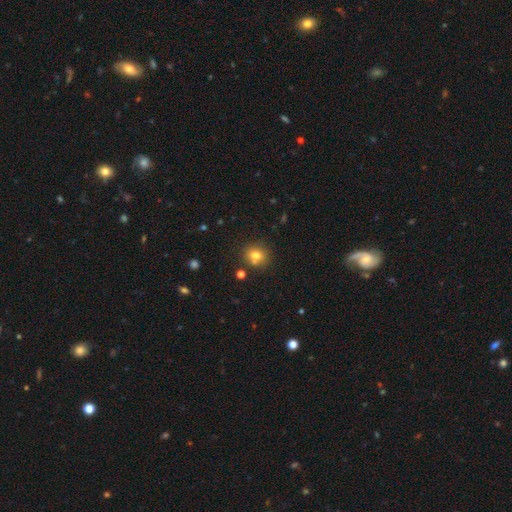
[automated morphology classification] smooth 75%, star or artifact 14%, featured or disk 11%. Down the decision tree: how rounded — round (81%); merging — none (70%).